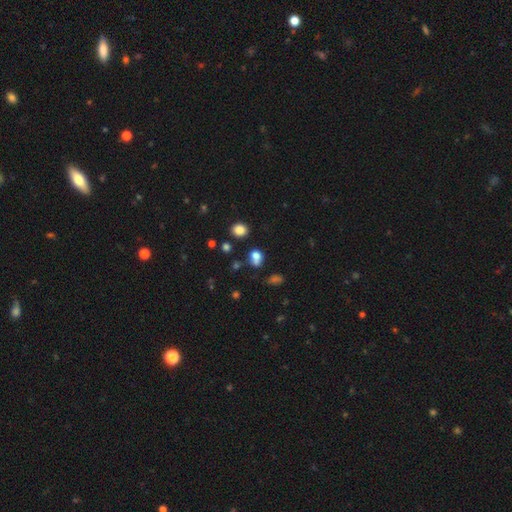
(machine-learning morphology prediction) smooth 74%, star or artifact 16%, featured or disk 11%. Down the decision tree: how rounded — round (50%); merging — none (49%).